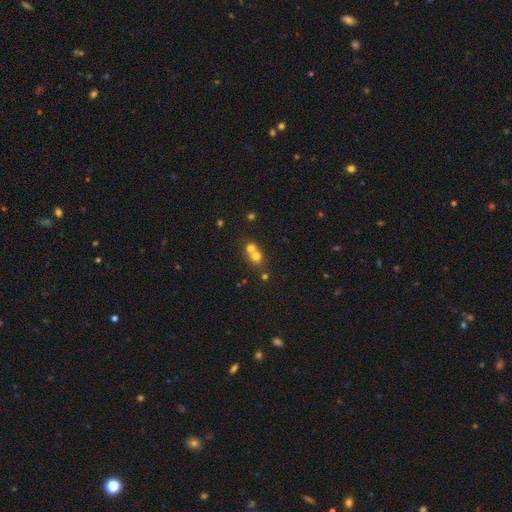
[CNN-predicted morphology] Smooth or featured: smooth — 68% (featured or disk — 17%)
How rounded: round — 80% (in between — 19%)
Merging: merger — 63% (none — 30%)